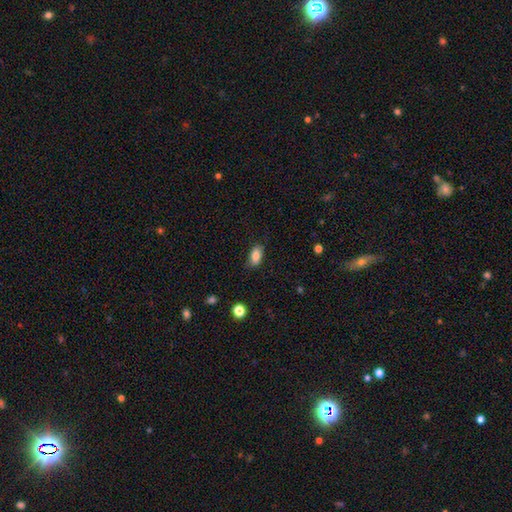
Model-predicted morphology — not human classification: Q: Smooth or featured?
A: smooth (83%); runner-up: featured or disk (9%)
Q: How rounded?
A: in between (89%); runner-up: cigar-shaped (6%)
Q: Merging?
A: none (79%); runner-up: minor disturbance (16%)